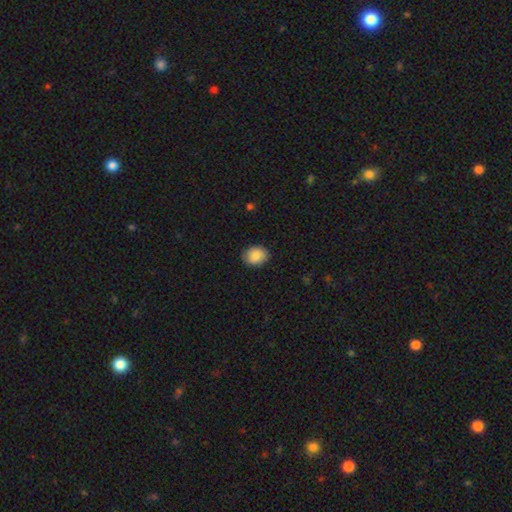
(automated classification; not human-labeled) Q: Smooth or featured?
A: smooth (87%); runner-up: star or artifact (7%)
Q: How rounded?
A: in between (52%); runner-up: round (47%)
Q: Merging?
A: none (86%); runner-up: minor disturbance (10%)